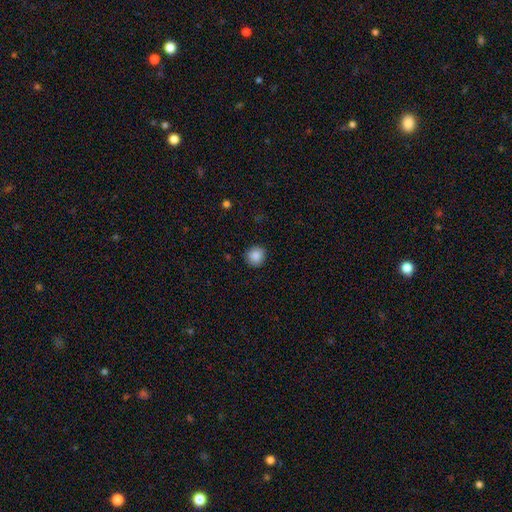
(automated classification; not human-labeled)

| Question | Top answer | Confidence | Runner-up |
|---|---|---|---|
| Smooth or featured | smooth | 87% | star or artifact (9%) |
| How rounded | round | 91% | in between (8%) |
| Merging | none | 90% | minor disturbance (7%) |